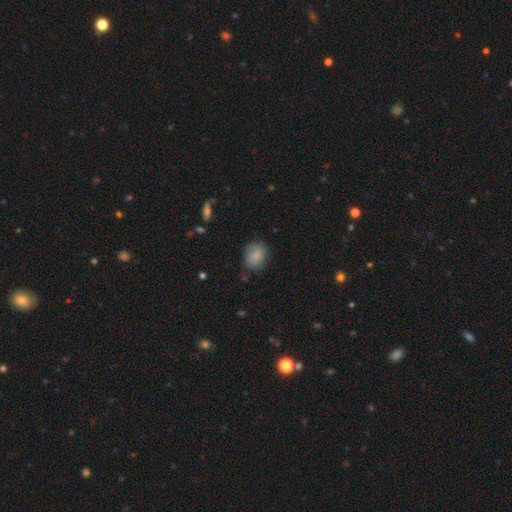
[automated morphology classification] type=smooth (80%); roundness=round (59%); merging=none (68%).